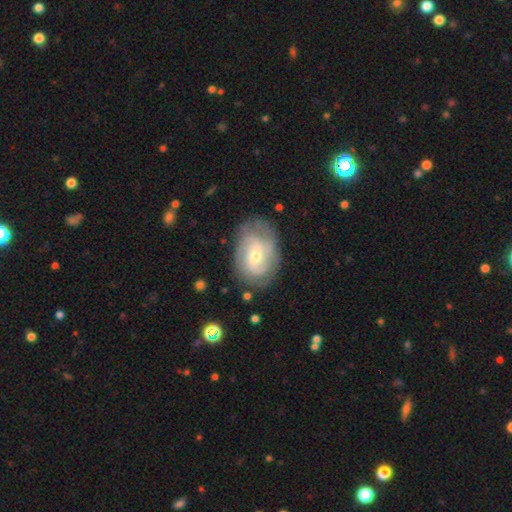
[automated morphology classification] This appears to be a featured or disk galaxy (80%) with no bar (49%), 2 (37%) tight (54%) spiral arms (93%) and a moderate central bulge (49%). Merging: none (74%).